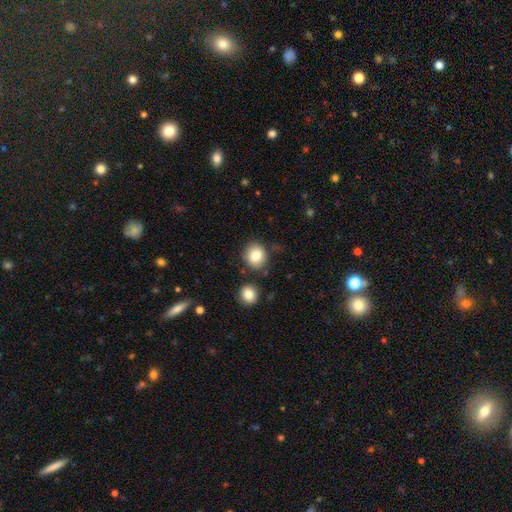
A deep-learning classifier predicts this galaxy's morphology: The model was most divided on "how rounded": round: 79%, in between: 21%, cigar-shaped: 1%. More confident: smooth or featured — smooth (83%); merging — none (79%).